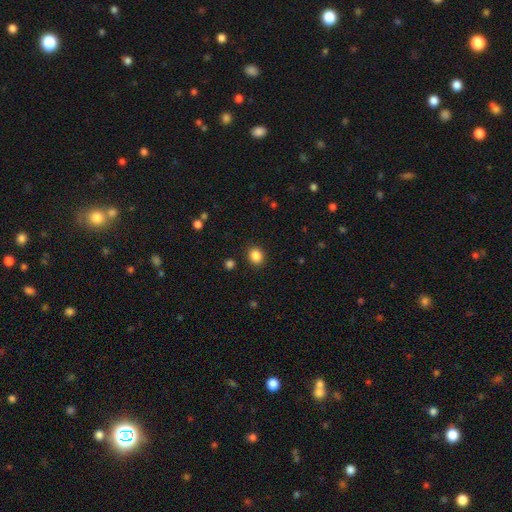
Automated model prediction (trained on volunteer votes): Smooth or featured?
  - smooth: 86% *
  - star or artifact: 11%
  - featured or disk: 4%
How rounded?
  - round: 74% *
  - in between: 25%
  - cigar-shaped: 1%
Merging?
  - none: 90% *
  - minor disturbance: 7%
  - major disturbance: 2%
  - merger: 2%